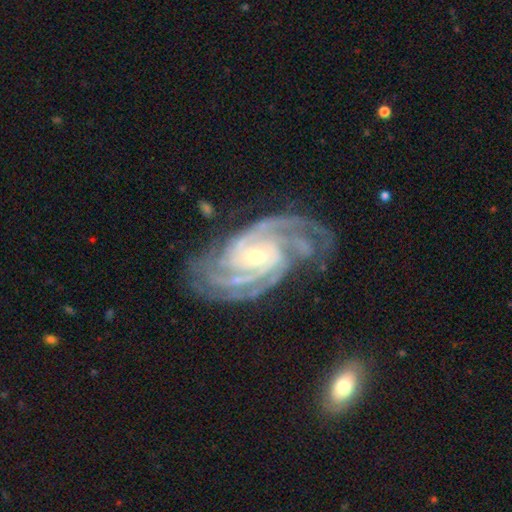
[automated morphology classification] Smooth or featured: featured or disk — 93% (star or artifact — 4%)
Edge-on disk: no — 97% (yes — 3%)
Bar: no — 41% (weak — 40%)
Spiral arms: yes — 99% (no — 1%)
Spiral winding: tight — 71% (medium — 26%)
Spiral arm count: 4 — 28% (tied with 3 — 28%)
Bulge size: small — 63% (moderate — 33%)
Merging: none — 75% (minor disturbance — 17%)